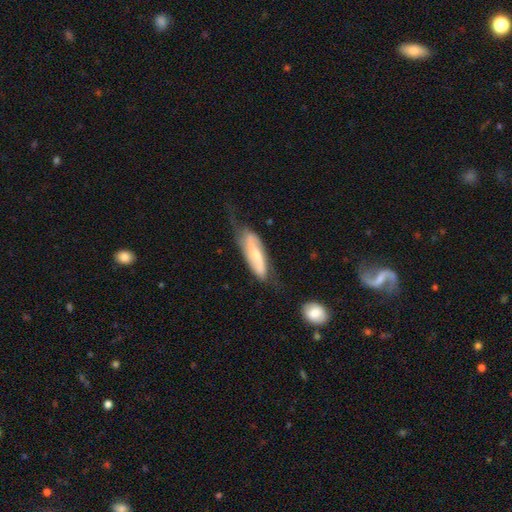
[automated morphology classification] featured or disk 58%, smooth 36%, star or artifact 6%. Down the decision tree: edge-on disk — no (76%); merging — none (44%).